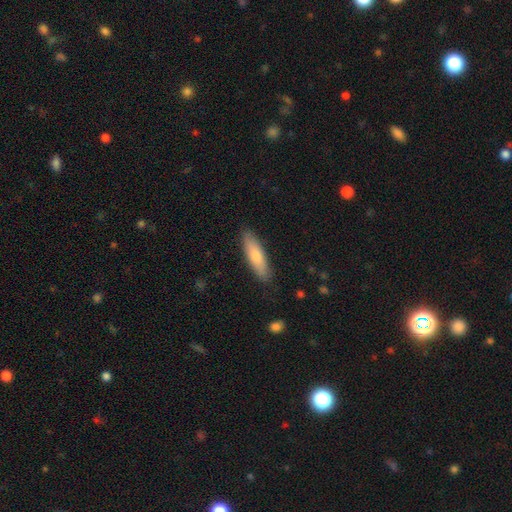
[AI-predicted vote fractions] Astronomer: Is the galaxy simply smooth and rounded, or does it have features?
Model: smooth — 75%.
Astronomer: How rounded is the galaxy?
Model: cigar-shaped — 63%.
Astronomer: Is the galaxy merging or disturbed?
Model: none — 88%.